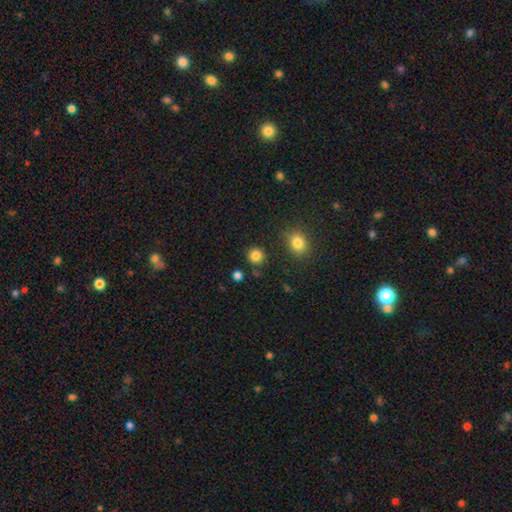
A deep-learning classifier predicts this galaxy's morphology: Smooth or featured?
  - smooth: 84% *
  - star or artifact: 12%
  - featured or disk: 4%
How rounded?
  - round: 91% *
  - in between: 8%
  - cigar-shaped: 1%
Merging?
  - none: 87% *
  - minor disturbance: 7%
  - merger: 4%
  - major disturbance: 2%